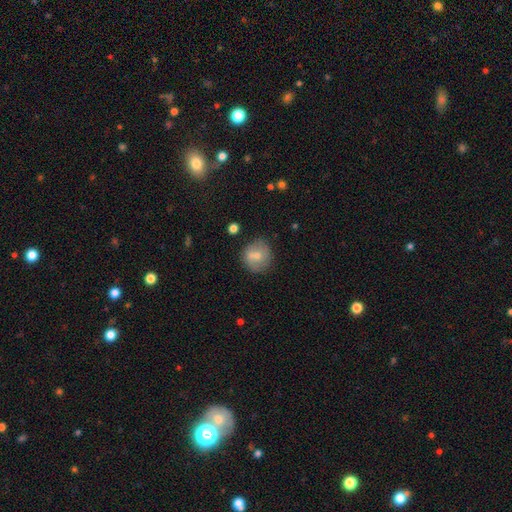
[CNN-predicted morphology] A smooth galaxy with no disk features (68%) that is round (86%). Merging: none (65%).